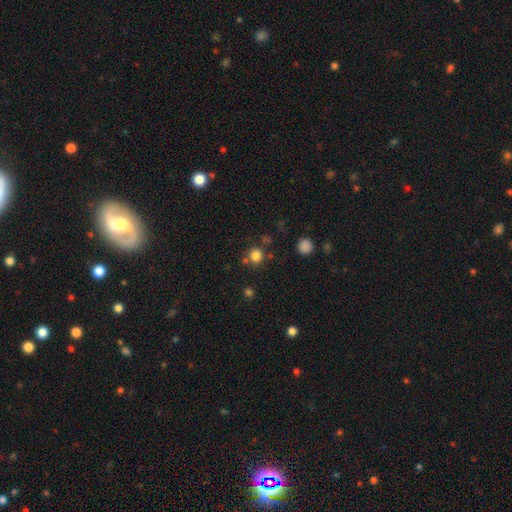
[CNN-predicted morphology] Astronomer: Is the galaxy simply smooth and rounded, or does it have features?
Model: smooth — 81%.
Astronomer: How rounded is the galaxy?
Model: round — 86%.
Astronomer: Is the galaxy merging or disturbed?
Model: none — 73%.